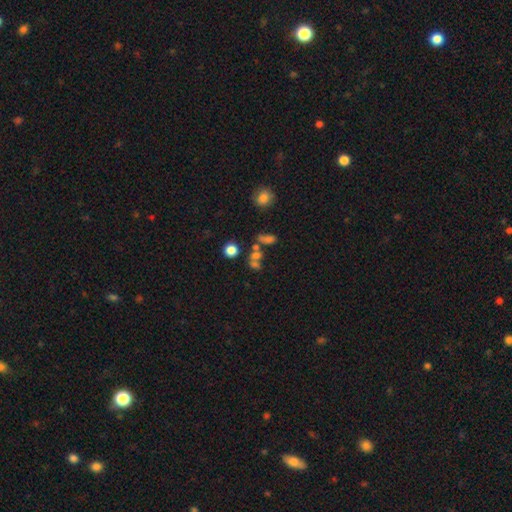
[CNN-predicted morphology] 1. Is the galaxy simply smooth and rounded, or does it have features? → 55% smooth, 29% star or artifact, 17% featured or disk.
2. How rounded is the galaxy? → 59% round, 36% in between, 5% cigar-shaped.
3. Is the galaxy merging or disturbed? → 43% none, 38% merger, 10% minor disturbance, 9% major disturbance.